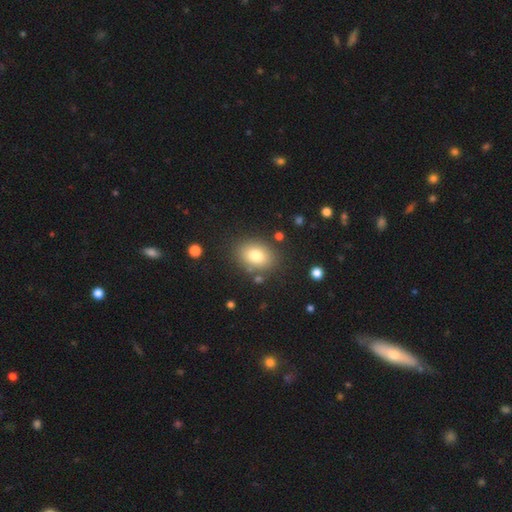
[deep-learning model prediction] Smooth or featured? Predicted: smooth (p=0.79). How rounded? Predicted: in between (p=0.65). Merging? Predicted: none (p=0.82).